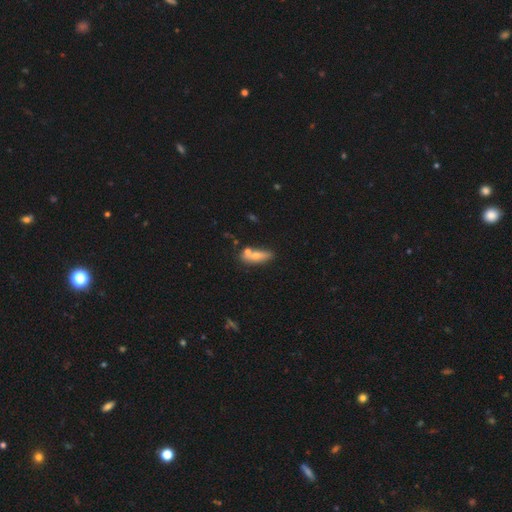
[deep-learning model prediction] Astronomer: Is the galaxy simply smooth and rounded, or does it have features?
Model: smooth — 65%.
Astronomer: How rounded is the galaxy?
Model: in between — 53% (runner-up: cigar-shaped, 43%).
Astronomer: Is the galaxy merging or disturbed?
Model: none — 57%.